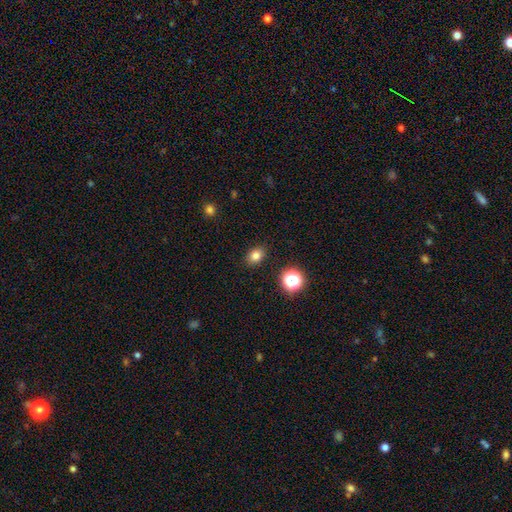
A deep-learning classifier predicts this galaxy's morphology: Smooth or featured?
  - smooth: 80% *
  - star or artifact: 13%
  - featured or disk: 6%
How rounded?
  - in between: 64% *
  - round: 34%
  - cigar-shaped: 1%
Merging?
  - none: 87% *
  - minor disturbance: 9%
  - major disturbance: 3%
  - merger: 2%